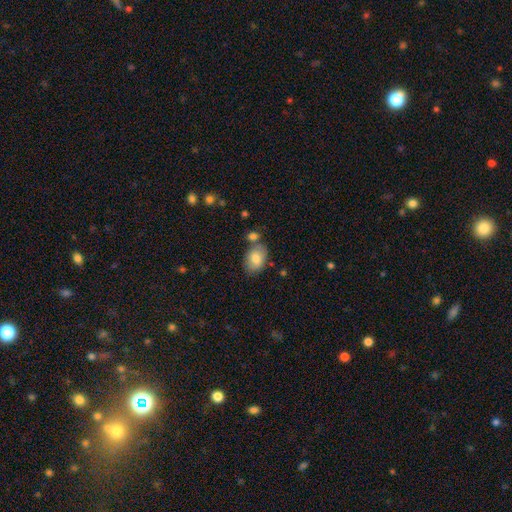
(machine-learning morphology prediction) smooth 78%, featured or disk 14%, star or artifact 9%. Down the decision tree: how rounded — in between (81%); merging — none (70%).